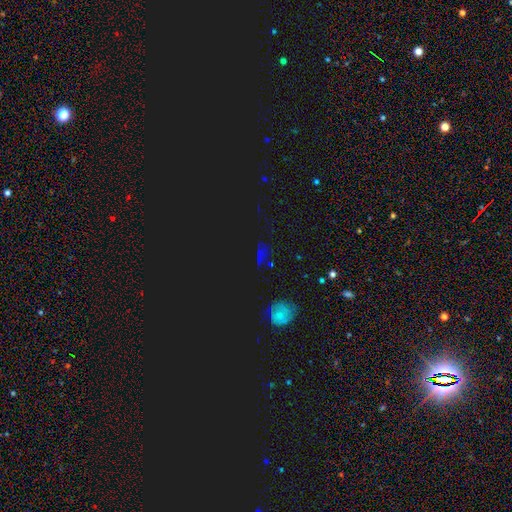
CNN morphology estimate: smooth-or-featured: star or artifact: 67% | smooth: 20% | featured or disk: 12%